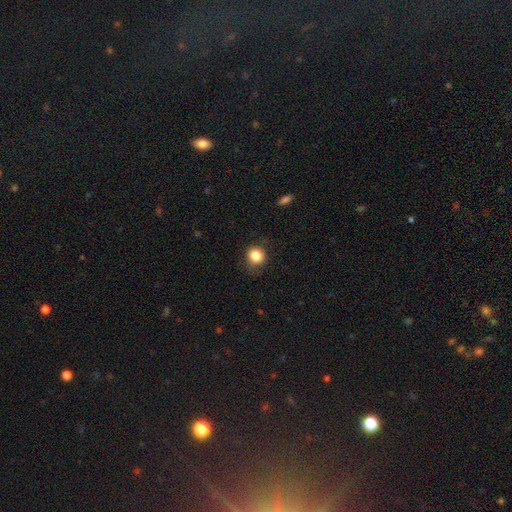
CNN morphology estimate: The model was most divided on "merging": none: 80%, minor disturbance: 15%, major disturbance: 4%, merger: 1%. More confident: how rounded — round (85%); smooth or featured — smooth (84%).